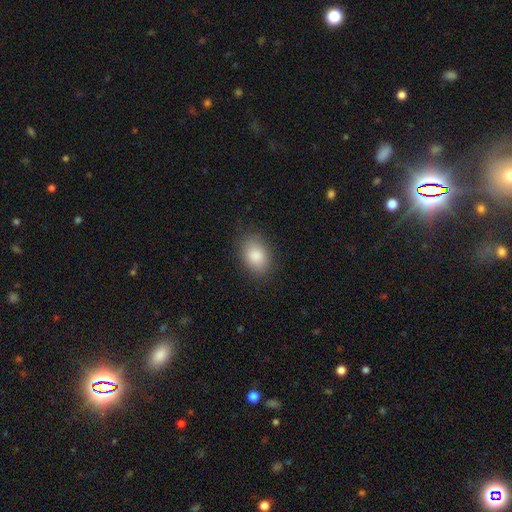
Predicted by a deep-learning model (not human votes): Q: Smooth or featured?
A: smooth (86%); runner-up: star or artifact (8%)
Q: How rounded?
A: in between (78%); runner-up: round (20%)
Q: Merging?
A: none (83%); runner-up: minor disturbance (12%)